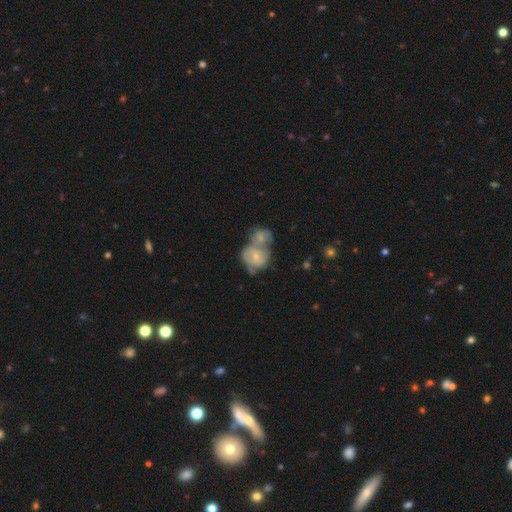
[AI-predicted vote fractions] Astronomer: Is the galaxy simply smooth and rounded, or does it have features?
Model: smooth — 48% (runner-up: featured or disk, 44%).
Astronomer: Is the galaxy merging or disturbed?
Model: merger — 68%.